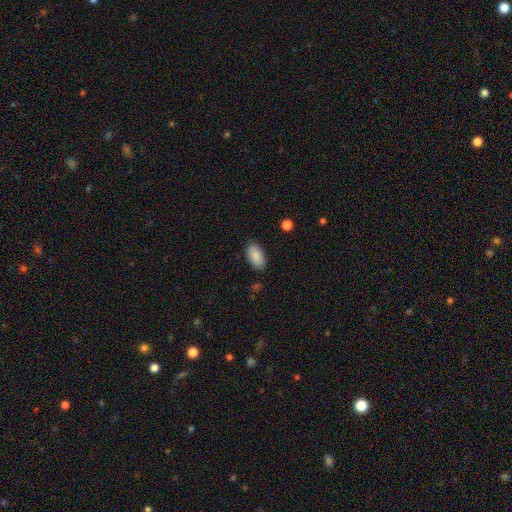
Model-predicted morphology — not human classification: Q: Smooth or featured?
A: smooth (88%); runner-up: star or artifact (7%)
Q: How rounded?
A: in between (95%); runner-up: cigar-shaped (3%)
Q: Merging?
A: none (85%); runner-up: minor disturbance (11%)